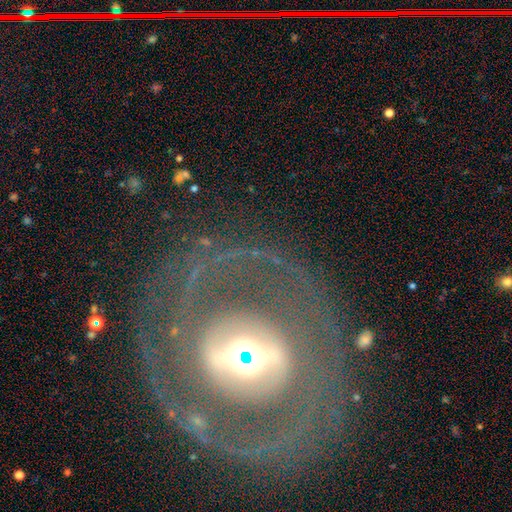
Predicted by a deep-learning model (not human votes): Morphology: type=featured or disk (77%); edge-on=no (94%); bar=strong (35%); spiral arms=yes (61%); bulge=moderate (45%); merging=none (78%).